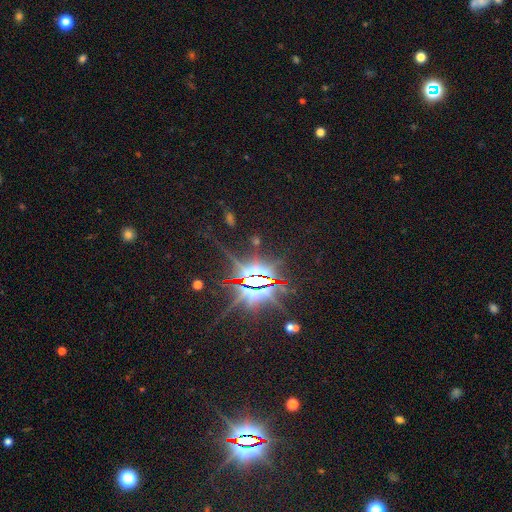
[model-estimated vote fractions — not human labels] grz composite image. It shows a star or artifact, not a galaxy (85%).